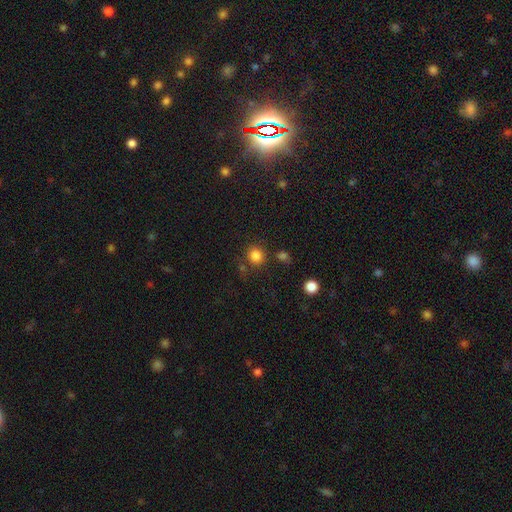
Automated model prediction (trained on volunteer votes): Morphology: type=smooth (83%); roundness=round (88%); merging=none (78%).